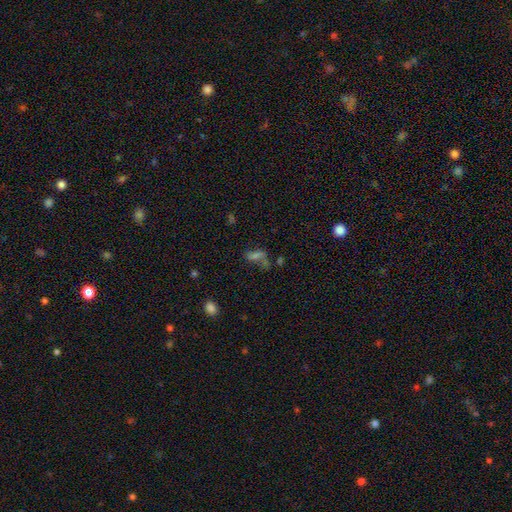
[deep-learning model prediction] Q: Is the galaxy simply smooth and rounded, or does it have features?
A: smooth — 45%.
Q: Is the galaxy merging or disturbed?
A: none — 39%.